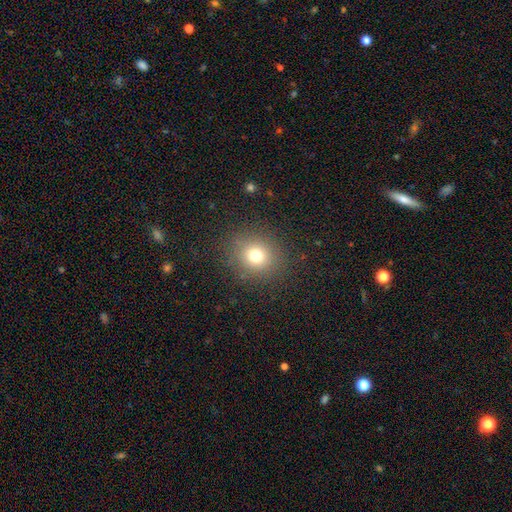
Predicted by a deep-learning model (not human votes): smooth_or_featured: smooth (p=0.74) [alt: star or artifact p=0.17]
how_rounded: round (p=0.85) [alt: in between p=0.14]
merging: none (p=0.87) [alt: minor disturbance p=0.08]